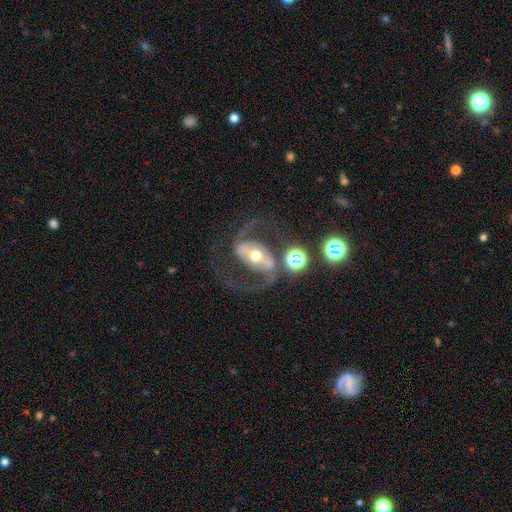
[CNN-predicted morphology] Q: Smooth or featured?
A: featured or disk (83%); runner-up: smooth (9%)
Q: Edge-on disk?
A: no (96%); runner-up: yes (4%)
Q: Bar?
A: strong (43%); runner-up: weak (30%)
Q: Spiral arms?
A: yes (90%); runner-up: no (10%)
Q: Spiral winding?
A: medium (48%); runner-up: loose (42%)
Q: Spiral arm count?
A: 2 (91%); runner-up: 1 (3%)
Q: Bulge size?
A: moderate (72%); runner-up: small (15%)
Q: Merging?
A: none (61%); runner-up: major disturbance (18%)